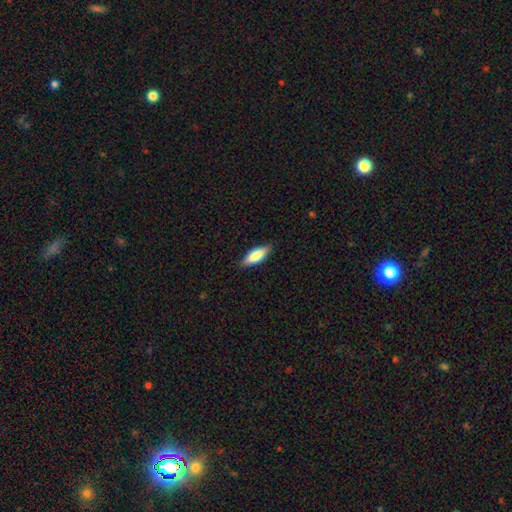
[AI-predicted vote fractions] smooth 76%, featured or disk 18%, star or artifact 6%. Down the decision tree: how rounded — in between (63%); merging — none (86%).